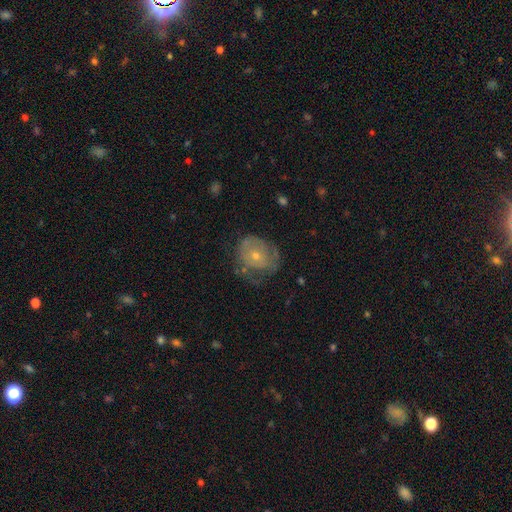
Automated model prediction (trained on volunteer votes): Smooth or featured: featured or disk — 54% (smooth — 38%)
Edge-on disk: no — 97% (yes — 3%)
Bar: no — 84% (weak — 14%)
Spiral arms: yes — 54% (no — 46%)
Bulge size: small — 60% (moderate — 36%)
Merging: none — 48% (minor disturbance — 29%)